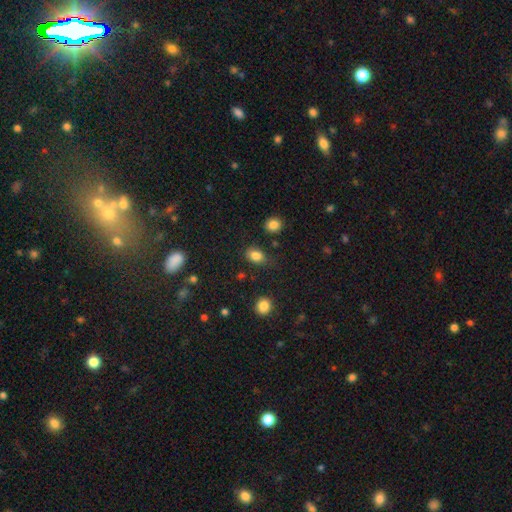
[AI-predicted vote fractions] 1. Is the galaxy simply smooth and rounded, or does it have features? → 84% smooth, 10% star or artifact, 6% featured or disk.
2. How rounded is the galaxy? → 76% in between, 23% round, 2% cigar-shaped.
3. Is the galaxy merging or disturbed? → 76% none, 16% minor disturbance, 4% major disturbance, 3% merger.